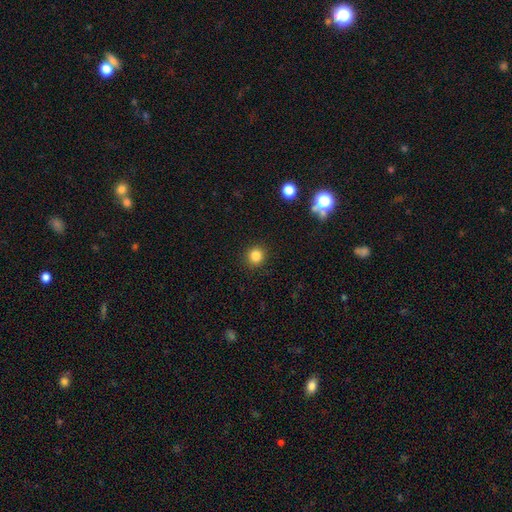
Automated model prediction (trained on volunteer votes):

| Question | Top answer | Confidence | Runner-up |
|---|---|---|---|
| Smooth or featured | smooth | 83% | star or artifact (12%) |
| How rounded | round | 92% | in between (7%) |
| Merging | none | 92% | minor disturbance (5%) |